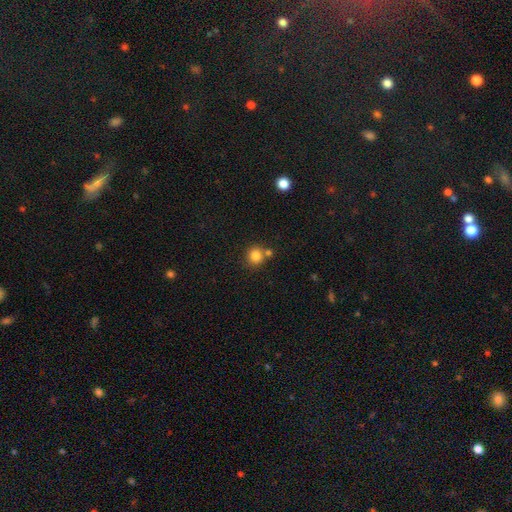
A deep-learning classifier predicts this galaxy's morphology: The model was most divided on "merging": none: 67%, merger: 20%, minor disturbance: 10%, major disturbance: 3%. More confident: how rounded — round (90%); smooth or featured — smooth (83%).